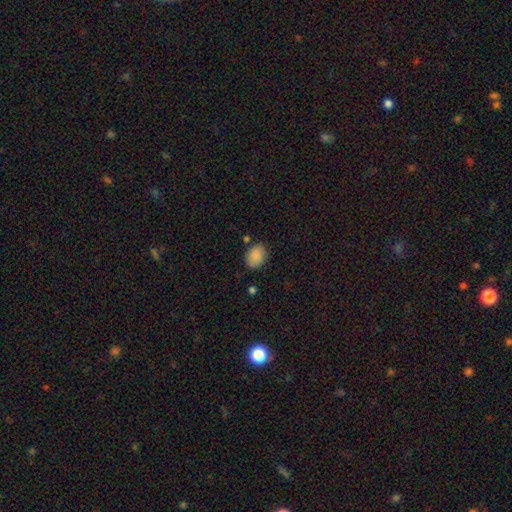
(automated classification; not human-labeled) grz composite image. It shows a smooth galaxy with no disk features (89%) that is in between round and cigar-shaped (65%). Merging: none (80%).